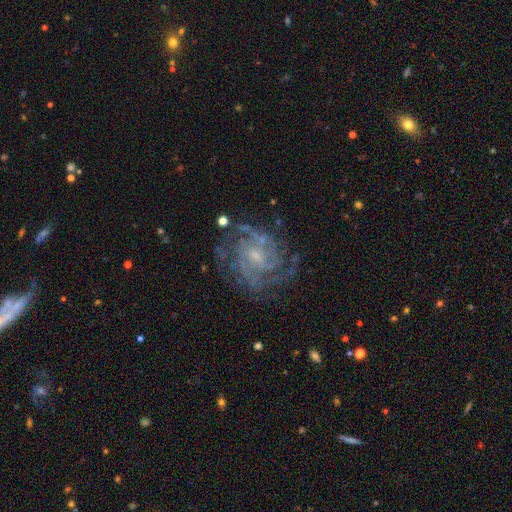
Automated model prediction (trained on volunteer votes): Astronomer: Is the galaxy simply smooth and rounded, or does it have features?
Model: featured or disk — 87%.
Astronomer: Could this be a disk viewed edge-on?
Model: no — 98%.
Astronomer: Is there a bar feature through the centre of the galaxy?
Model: no — 53% (runner-up: weak, 39%).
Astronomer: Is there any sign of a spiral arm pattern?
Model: yes — 96%.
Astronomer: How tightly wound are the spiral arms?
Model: tight — 57% (runner-up: medium, 36%).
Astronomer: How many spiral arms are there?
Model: can't tell — 26% (runner-up: 3, 24%).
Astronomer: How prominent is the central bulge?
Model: small — 63%.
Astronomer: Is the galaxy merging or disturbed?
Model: none — 74%.